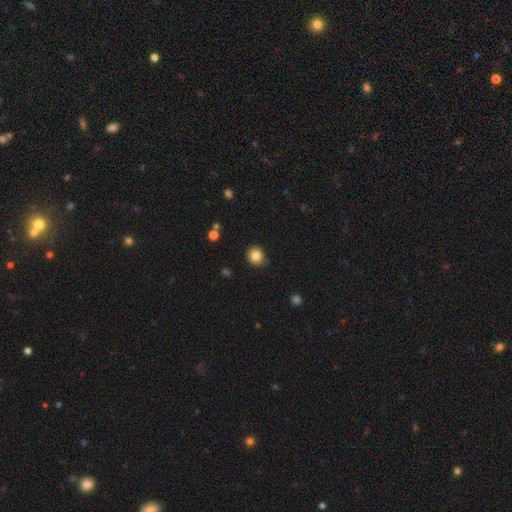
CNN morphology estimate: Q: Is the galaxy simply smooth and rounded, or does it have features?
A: smooth — 82%.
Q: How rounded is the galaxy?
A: round — 84%.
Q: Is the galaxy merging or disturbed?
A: none — 84%.